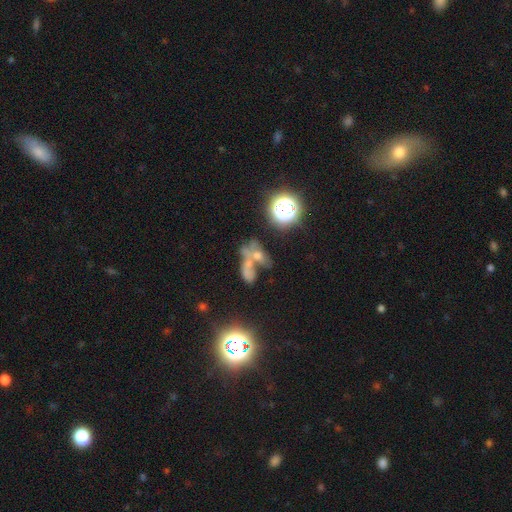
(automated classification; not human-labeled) smooth 36%, star or artifact 33%, featured or disk 31%. Down the decision tree: merging — merger (54%).